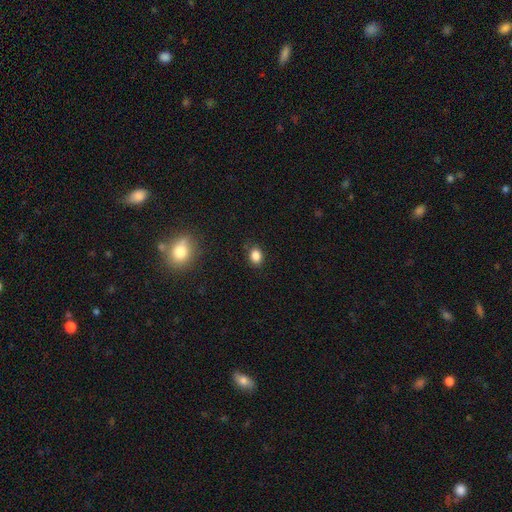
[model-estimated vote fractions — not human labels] A smooth galaxy with no disk features (84%) that is in between round and cigar-shaped (63%).

Vote fractions:
- Smooth or featured? smooth: 84% / star or artifact: 12% / featured or disk: 5%
- How rounded? in between: 63% / round: 35% / cigar-shaped: 1%
- Merging? none: 84% / minor disturbance: 12% / major disturbance: 3% / merger: 1%